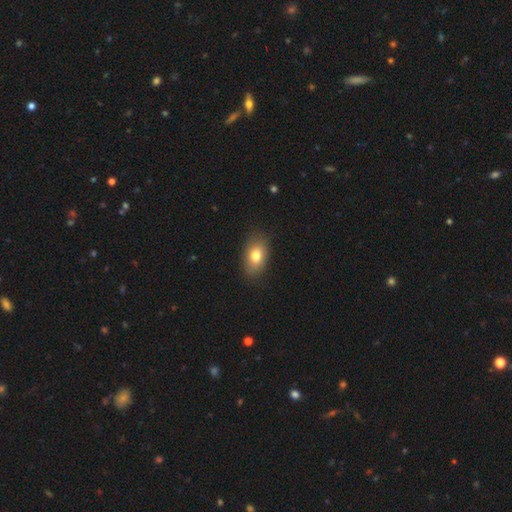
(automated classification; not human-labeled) The model was most divided on "smooth or featured": smooth: 77%, featured or disk: 14%, star or artifact: 9%. More confident: merging — none (85%); how rounded — in between (85%).